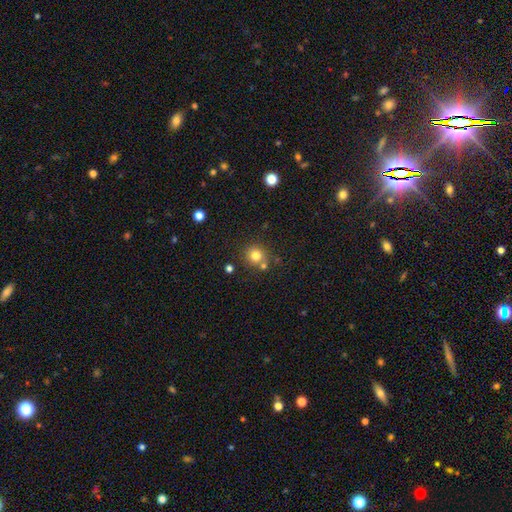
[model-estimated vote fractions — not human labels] This is likely a smooth galaxy (78%). How rounded: clearly round (91%). Merging: likely none (72%).